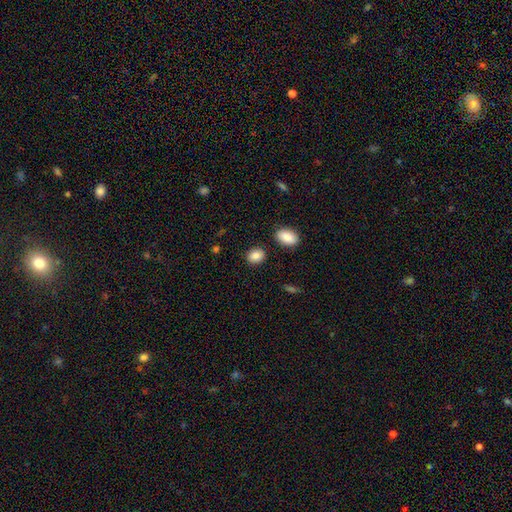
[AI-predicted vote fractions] A smooth galaxy with no disk features (87%) that is in between round and cigar-shaped (53%).

Vote fractions:
- Smooth or featured? smooth: 87% / star or artifact: 8% / featured or disk: 5%
- How rounded? in between: 53% / round: 45% / cigar-shaped: 1%
- Merging? none: 86% / minor disturbance: 8% / merger: 4% / major disturbance: 2%